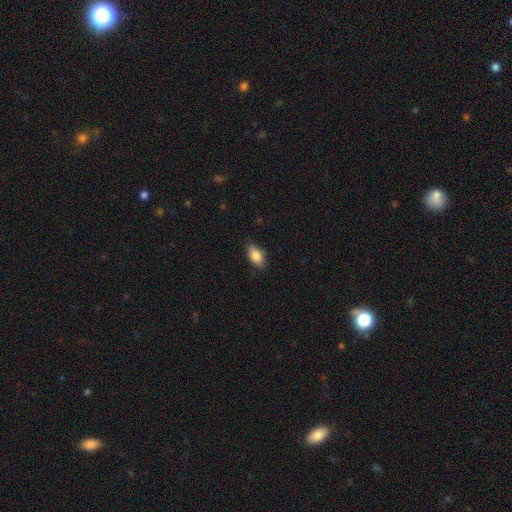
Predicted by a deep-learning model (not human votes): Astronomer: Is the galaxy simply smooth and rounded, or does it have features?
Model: smooth — 84%.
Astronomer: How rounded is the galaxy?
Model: in between — 89%.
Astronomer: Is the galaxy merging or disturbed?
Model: none — 84%.